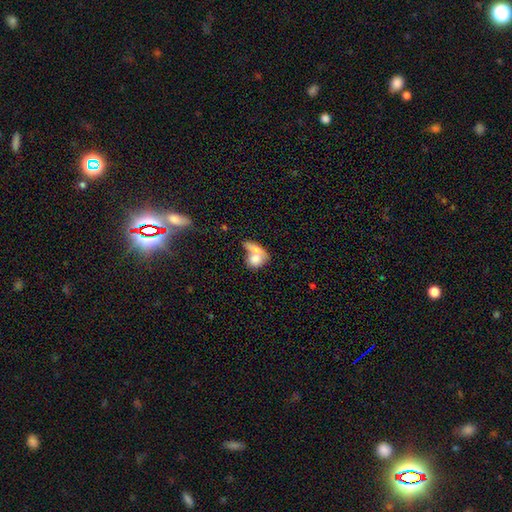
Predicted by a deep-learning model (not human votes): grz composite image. It shows a smooth galaxy with no disk features (74%) that is in between round and cigar-shaped (54%). Merging: merger (58%).